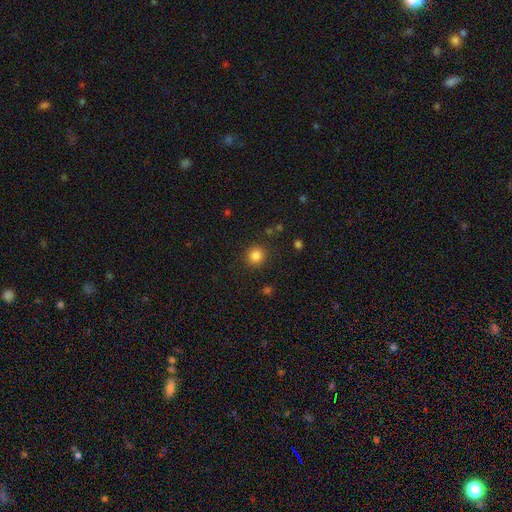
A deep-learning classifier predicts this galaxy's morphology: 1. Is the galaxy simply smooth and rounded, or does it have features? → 84% smooth, 12% star or artifact, 4% featured or disk.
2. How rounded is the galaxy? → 91% round, 8% in between, 1% cigar-shaped.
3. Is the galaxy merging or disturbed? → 89% none, 7% minor disturbance, 3% major disturbance, 2% merger.